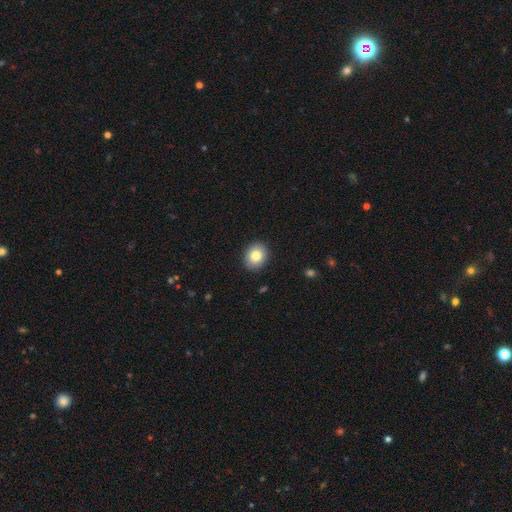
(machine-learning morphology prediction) Overall: smooth (83%). How rounded: round (55%; in between 44%). Merging: none (89%).